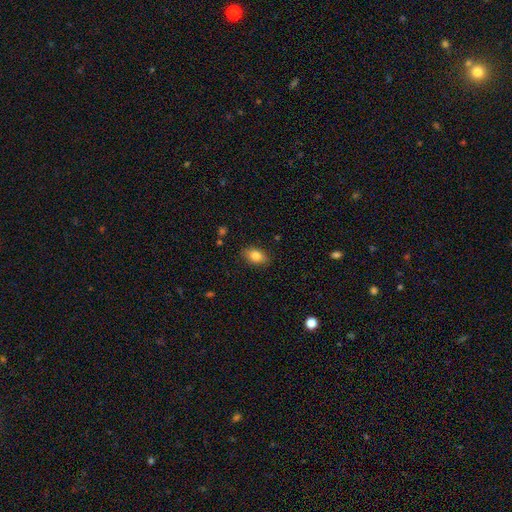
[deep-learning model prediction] smooth_or_featured: smooth (p=0.84) [alt: star or artifact p=0.08]
how_rounded: in between (p=0.85) [alt: round p=0.13]
merging: none (p=0.85) [alt: minor disturbance p=0.11]